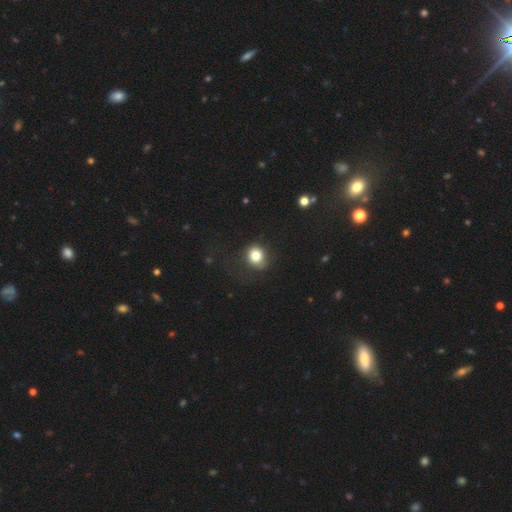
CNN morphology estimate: This appears to be a smooth galaxy with no disk features (80%) that is round (69%). Merging: none (68%).